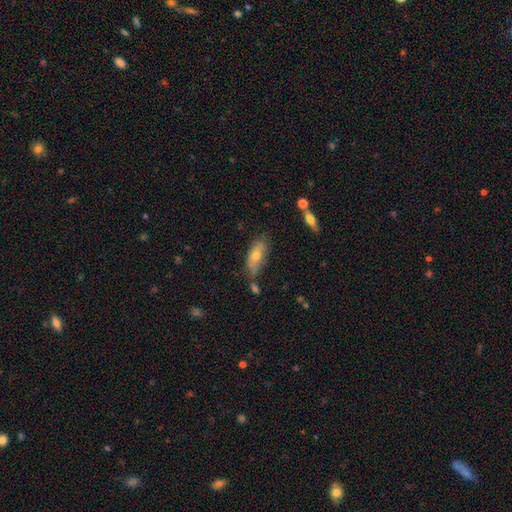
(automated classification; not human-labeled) Overall: smooth (61%; featured or disk 31%). How rounded: in between (72%). Merging: none (56%; minor disturbance 28%).